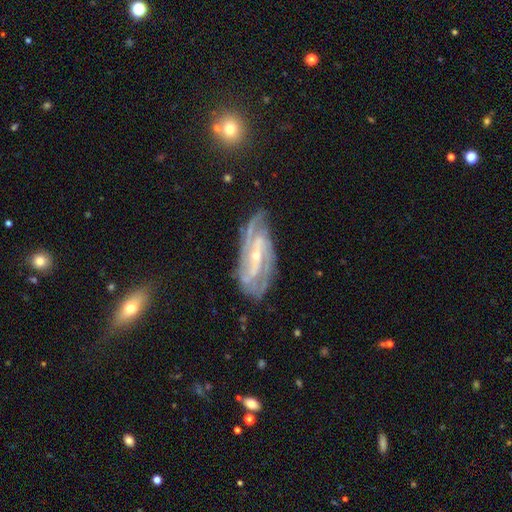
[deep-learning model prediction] Smooth or featured?
  - featured or disk: 89% *
  - star or artifact: 6%
  - smooth: 5%
Edge-on disk?
  - no: 94% *
  - yes: 6%
Bar?
  - weak: 38% *
  - strong: 36%
  - no: 26%
Spiral arms?
  - yes: 97% *
  - no: 3%
Spiral winding?
  - tight: 48% *
  - medium: 42%
  - loose: 11%
Spiral arm count?
  - 2: 40% *
  - 3: 25%
  - can't tell: 16%
  - 4: 9%
  - 1: 5%
  - more than 4: 5%
Bulge size?
  - small: 72% *
  - moderate: 25%
  - none: 1%
  - large: 1%
  - dominant: 1%
Merging?
  - none: 71% *
  - minor disturbance: 20%
  - major disturbance: 7%
  - merger: 2%